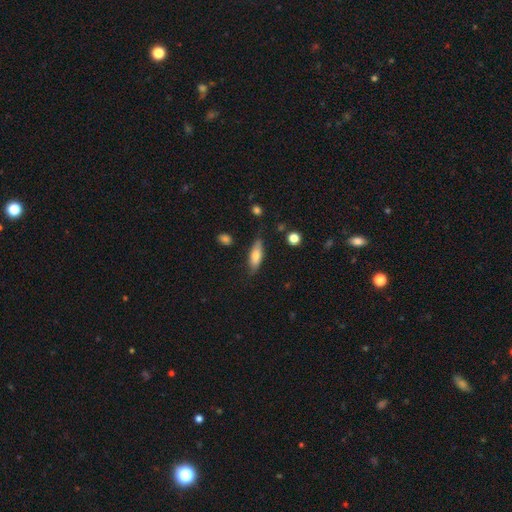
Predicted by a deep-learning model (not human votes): smooth-or-featured: smooth: 70% | featured or disk: 23% | star or artifact: 6%
  how-rounded: in between: 62% | cigar-shaped: 35% | round: 2%
  merging: none: 77% | minor disturbance: 17% | major disturbance: 4% | merger: 2%